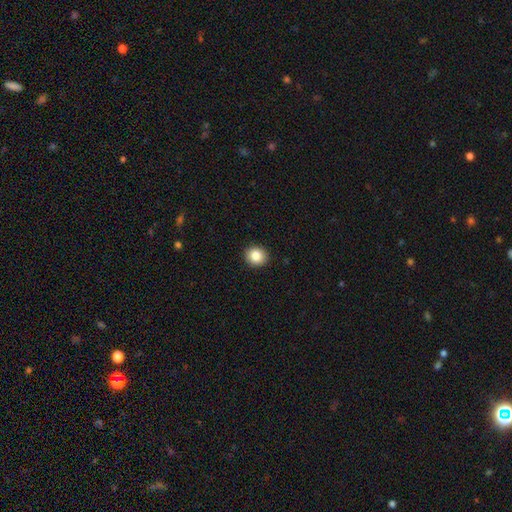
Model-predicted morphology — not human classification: A smooth galaxy with no disk features (84%) that is round (86%). Merging: none (92%).